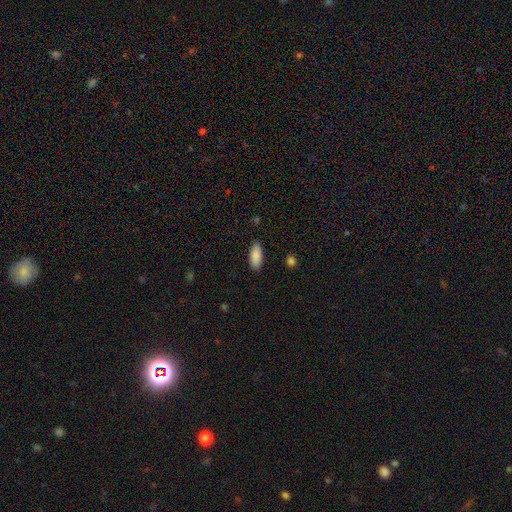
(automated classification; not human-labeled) Smooth or featured? smooth (89%)
How rounded? in between (83%)
Merging? none (85%)